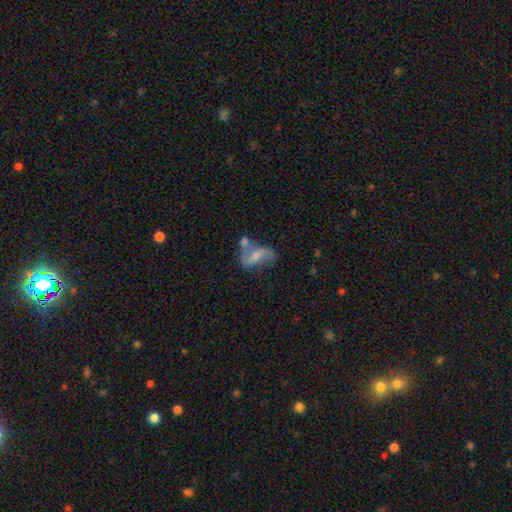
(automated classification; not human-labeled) A featured or disk galaxy (62%) with a weak bar (42%), spiral arms (82%) and a small central bulge (41%). Merging: none (35%).